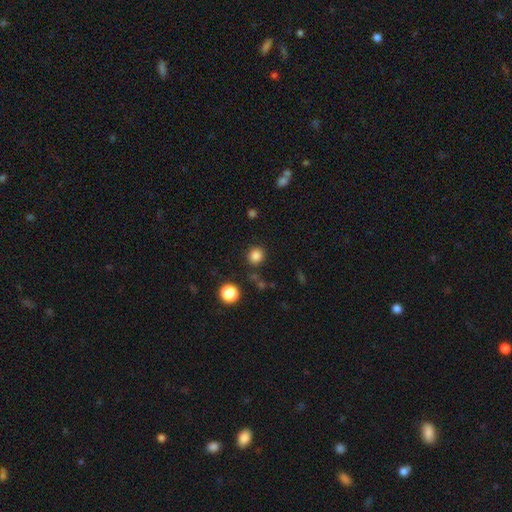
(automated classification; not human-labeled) This is clearly a smooth galaxy (83%). How rounded: clearly round (89%). Merging: clearly none (85%).